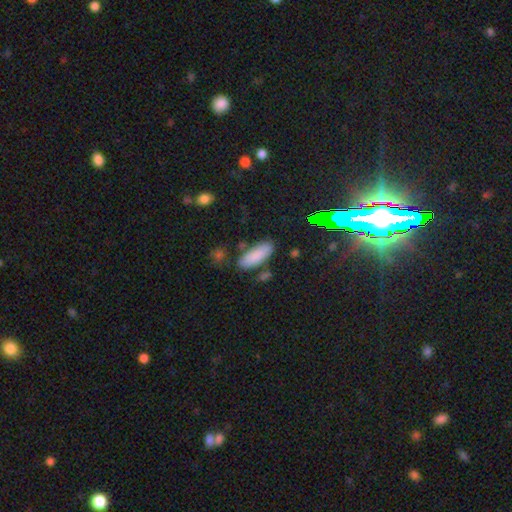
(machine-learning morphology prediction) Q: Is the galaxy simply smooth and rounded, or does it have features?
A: smooth — 83%.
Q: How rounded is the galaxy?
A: in between — 68%.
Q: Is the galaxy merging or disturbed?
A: none — 75%.